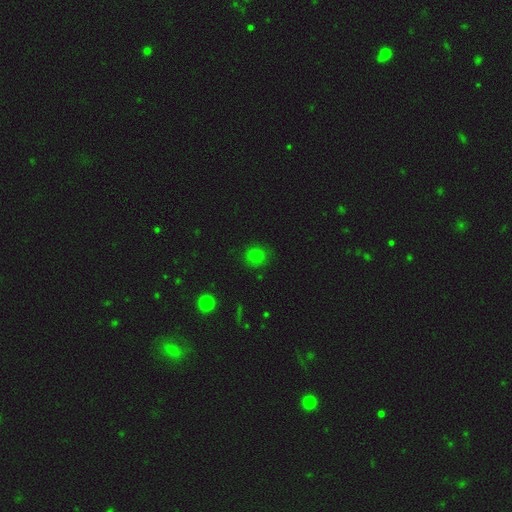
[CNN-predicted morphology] Smooth or featured? smooth (80%)
How rounded? round (86%)
Merging? none (84%)